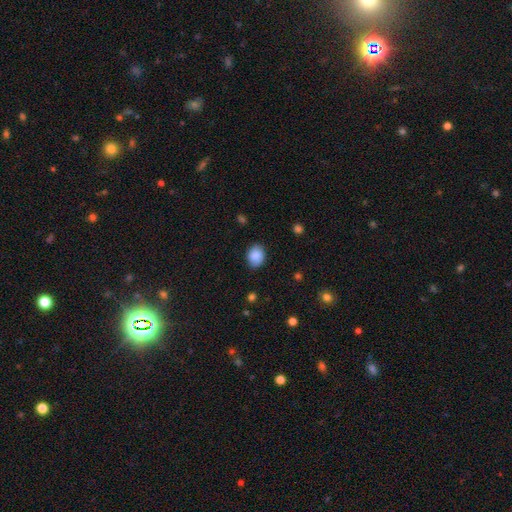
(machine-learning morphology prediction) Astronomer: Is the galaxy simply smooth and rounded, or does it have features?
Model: smooth — 86%.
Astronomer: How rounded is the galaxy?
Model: in between — 57% (runner-up: round, 42%).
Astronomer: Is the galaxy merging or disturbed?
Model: none — 81%.